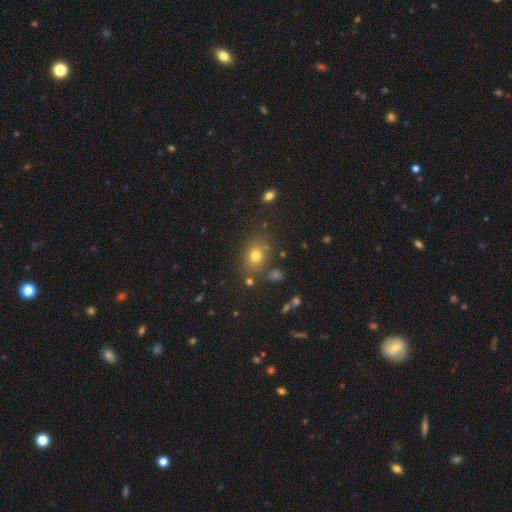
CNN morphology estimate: Smooth or featured? smooth (71%)
How rounded? in between (50%)
Merging? none (77%)